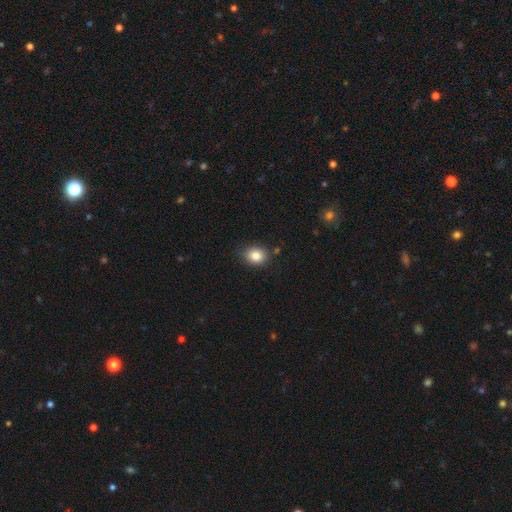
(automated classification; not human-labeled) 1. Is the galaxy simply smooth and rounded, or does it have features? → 85% smooth, 9% star or artifact, 6% featured or disk.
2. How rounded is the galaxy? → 50% round, 49% in between, 1% cigar-shaped.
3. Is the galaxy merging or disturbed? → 81% none, 14% minor disturbance, 3% major disturbance, 3% merger.